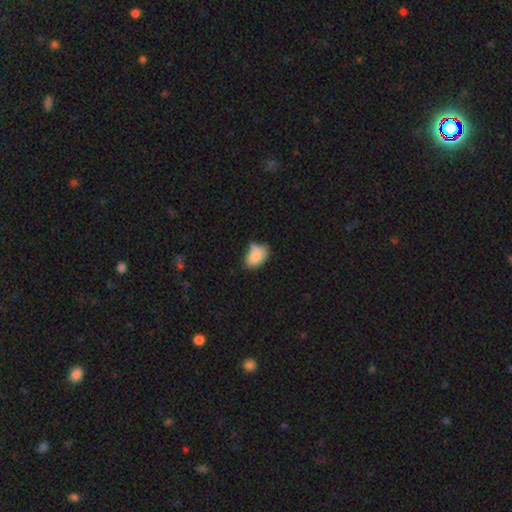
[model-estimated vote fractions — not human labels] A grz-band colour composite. It shows a smooth galaxy with no disk features (83%) that is in between round and cigar-shaped (85%). Merging: none (45%).